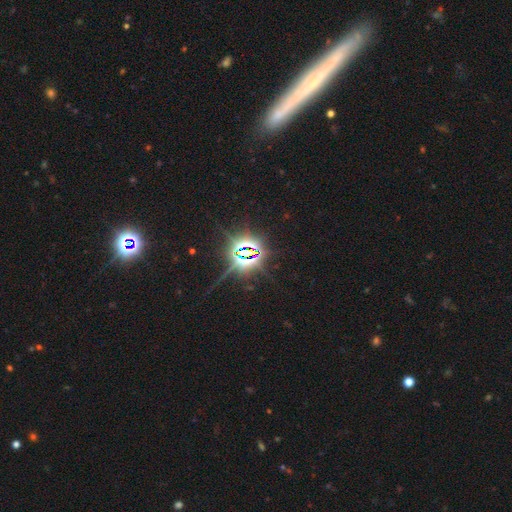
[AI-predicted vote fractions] Overall: star or artifact (85%).